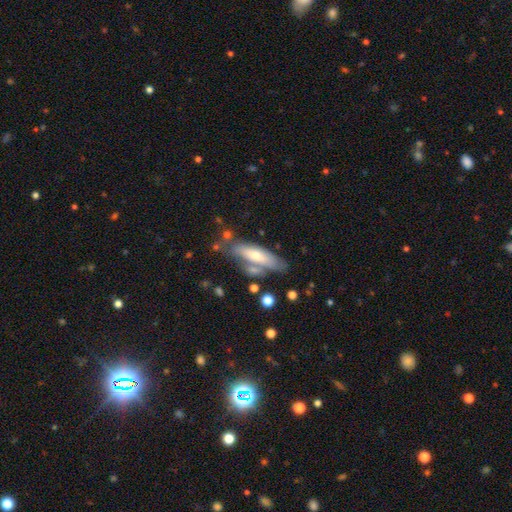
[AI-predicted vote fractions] Q: Smooth or featured?
A: smooth (54%); runner-up: featured or disk (39%)
Q: How rounded?
A: cigar-shaped (54%); runner-up: in between (44%)
Q: Merging?
A: none (62%); runner-up: minor disturbance (20%)